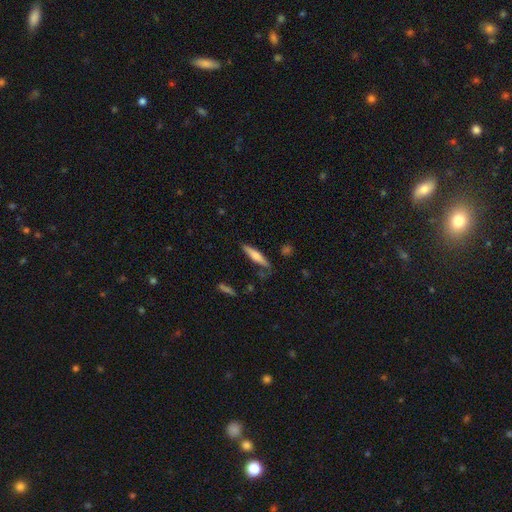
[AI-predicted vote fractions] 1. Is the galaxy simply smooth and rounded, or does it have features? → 56% smooth, 38% featured or disk, 6% star or artifact.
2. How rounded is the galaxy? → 84% cigar-shaped, 14% in between, 2% round.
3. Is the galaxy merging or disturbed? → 80% none, 15% minor disturbance, 3% major disturbance, 3% merger.